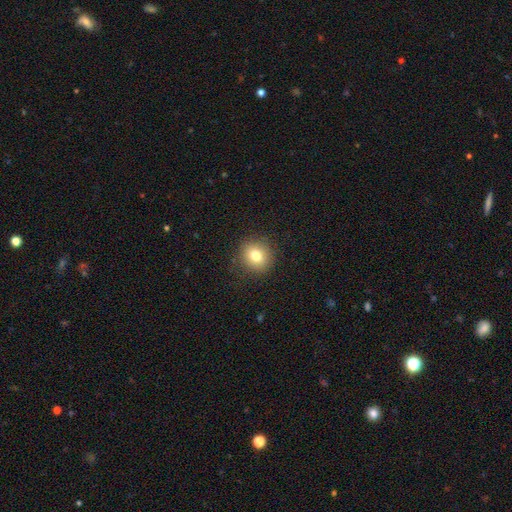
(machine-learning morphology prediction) Smooth or featured? Predicted: smooth (p=0.79). How rounded? Predicted: round (p=0.83). Merging? Predicted: none (p=0.89).